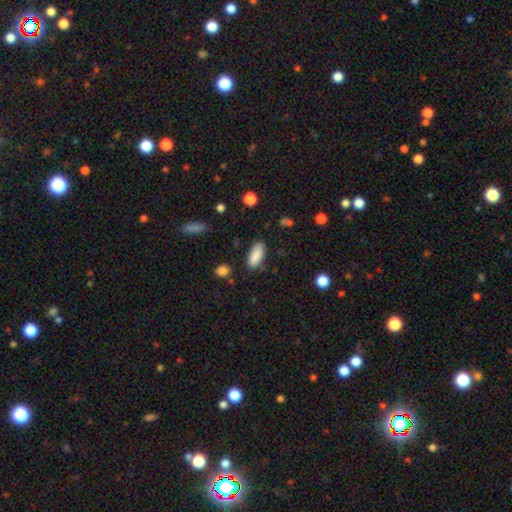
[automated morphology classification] Smooth or featured: smooth — 88% (star or artifact — 7%)
How rounded: in between — 82% (cigar-shaped — 16%)
Merging: none — 83% (minor disturbance — 12%)